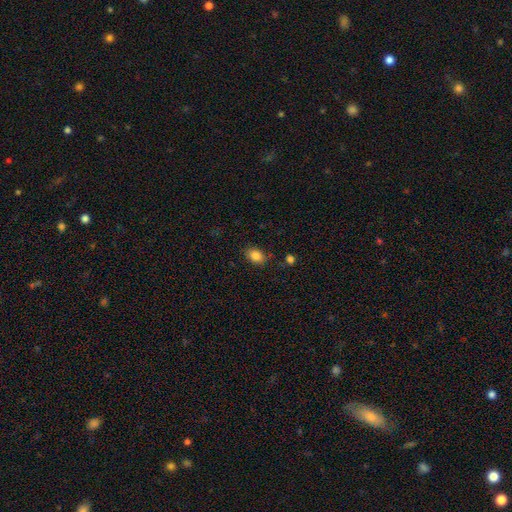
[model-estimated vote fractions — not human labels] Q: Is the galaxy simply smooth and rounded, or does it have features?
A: smooth — 85%.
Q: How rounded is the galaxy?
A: in between — 71%.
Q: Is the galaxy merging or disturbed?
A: none — 81%.